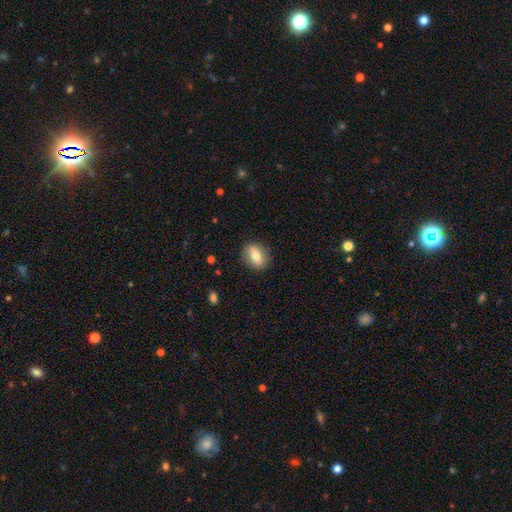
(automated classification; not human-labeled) Overall: smooth (64%; featured or disk 28%). How rounded: in between (64%; round 31%). Merging: none (86%).